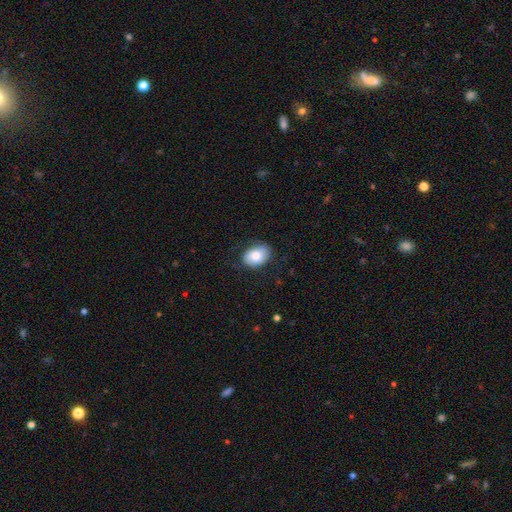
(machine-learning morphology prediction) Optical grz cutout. It shows a smooth galaxy with no disk features (80%) that is in between round and cigar-shaped (81%). Merging: none (79%).